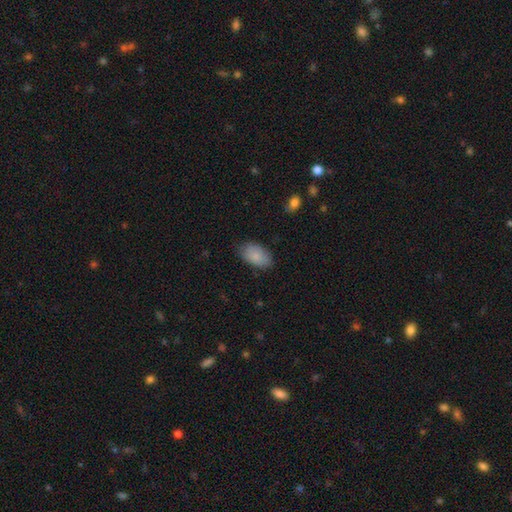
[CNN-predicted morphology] The model was most divided on "merging": none: 79%, minor disturbance: 16%, major disturbance: 3%, merger: 1%. More confident: how rounded — in between (93%); smooth or featured — smooth (84%).